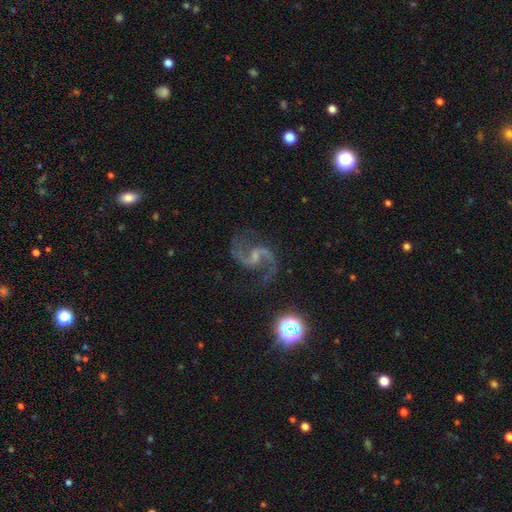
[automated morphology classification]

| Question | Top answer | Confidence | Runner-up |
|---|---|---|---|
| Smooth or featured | featured or disk | 90% | star or artifact (7%) |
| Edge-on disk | no | 98% | yes (2%) |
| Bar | weak | 53% | no (29%) |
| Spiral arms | yes | 98% | no (2%) |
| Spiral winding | loose | 56% | medium (39%) |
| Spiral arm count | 2 | 94% | can't tell (1%) |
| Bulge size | small | 52% | none (28%) |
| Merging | none | 76% | minor disturbance (13%) |